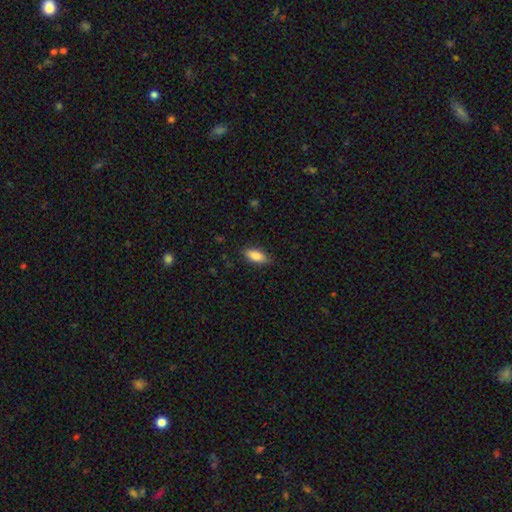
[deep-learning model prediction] Morphology: type=smooth (85%); roundness=in between (82%); merging=none (85%).